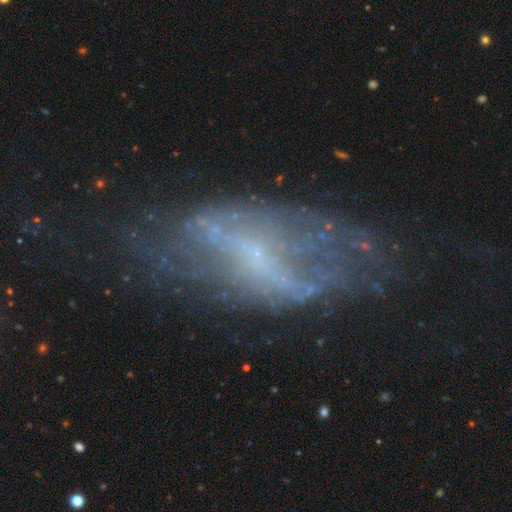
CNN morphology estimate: A featured or disk galaxy (67%) with no bar (46%), no spiral arms (55%) and a small central bulge (58%). Merging: none (46%).